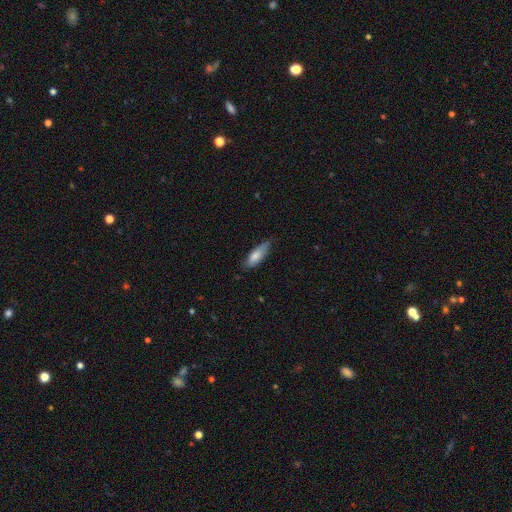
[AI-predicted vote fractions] The model was most divided on "how rounded": in between: 57%, cigar-shaped: 41%, round: 2%. More confident: smooth or featured — smooth (78%); merging — none (65%).